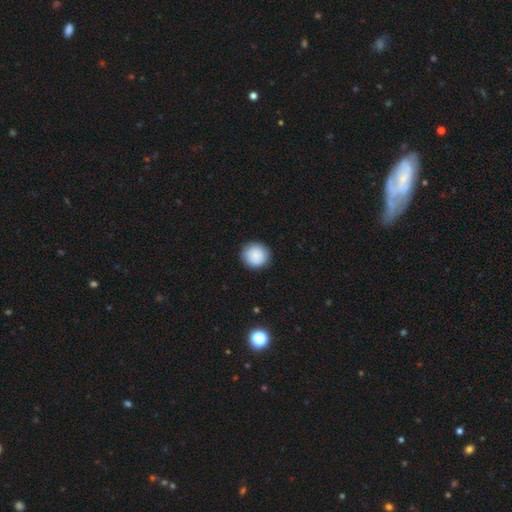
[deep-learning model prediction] Smooth or featured? Predicted: smooth (p=0.87). How rounded? Predicted: round (p=0.94). Merging? Predicted: none (p=0.89).